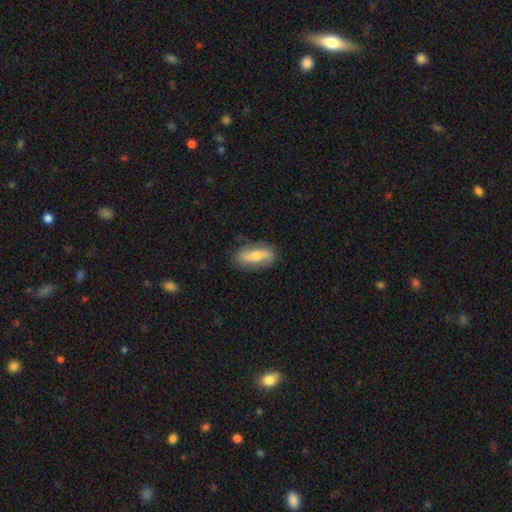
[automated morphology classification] Smooth or featured: featured or disk — 50% (smooth — 44%)
Merging: none — 80% (minor disturbance — 15%)